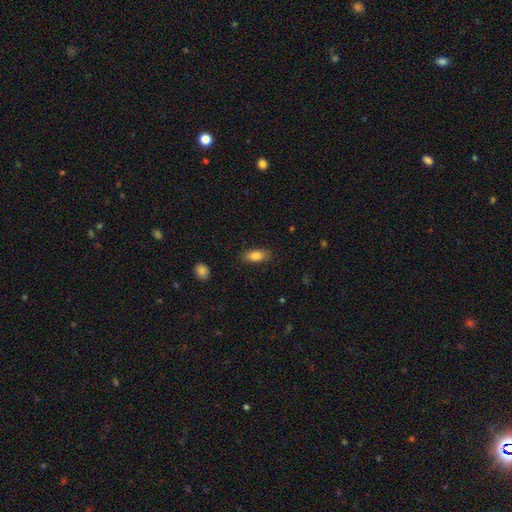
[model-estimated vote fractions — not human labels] This is clearly a smooth galaxy (83%). How rounded: clearly in between (86%). Merging: clearly none (86%).